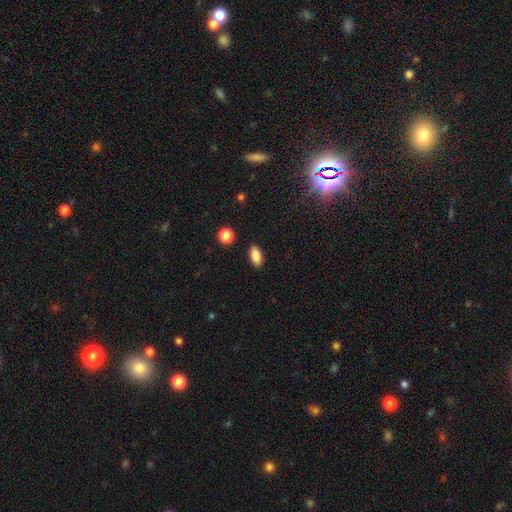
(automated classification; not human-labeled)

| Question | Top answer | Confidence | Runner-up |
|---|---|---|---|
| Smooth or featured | smooth | 88% | star or artifact (8%) |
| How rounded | in between | 90% | cigar-shaped (6%) |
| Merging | none | 88% | minor disturbance (8%) |